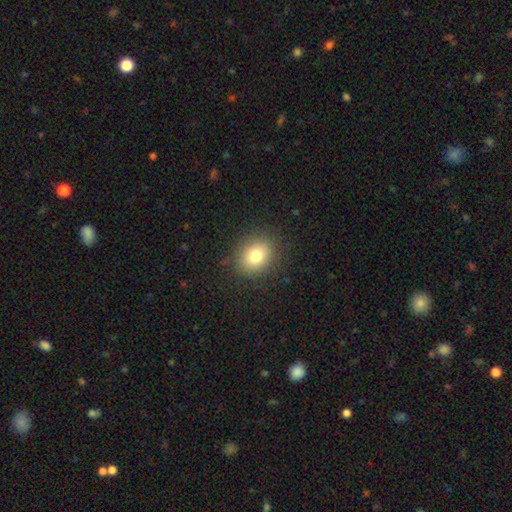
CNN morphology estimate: The model was most divided on "how rounded": round: 51%, in between: 48%, cigar-shaped: 1%. More confident: merging — none (86%); smooth or featured — smooth (79%).